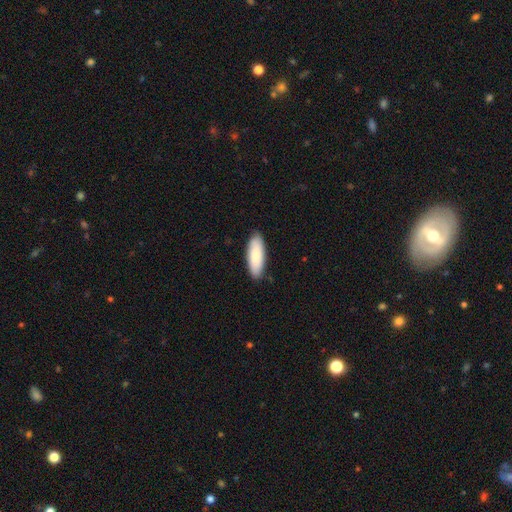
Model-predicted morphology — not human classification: Smooth or featured? Predicted: smooth (p=0.84). How rounded? Predicted: in between (p=0.65). Merging? Predicted: none (p=0.87).